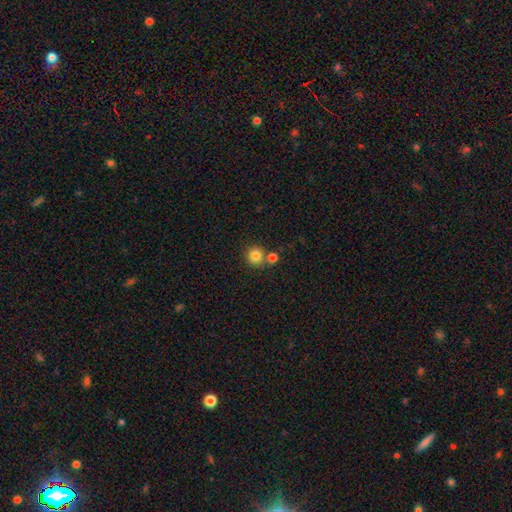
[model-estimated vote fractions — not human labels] This is clearly a smooth galaxy (83%). How rounded: clearly round (92%). Merging: likely none (70%).